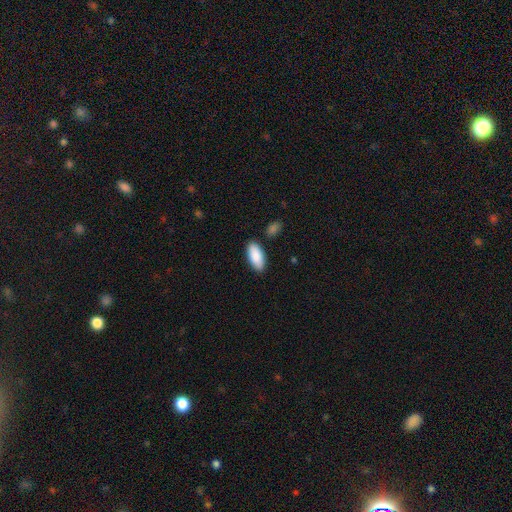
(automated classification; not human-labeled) smooth 89%, featured or disk 6%, star or artifact 6%. Down the decision tree: how rounded — in between (87%); merging — none (85%).